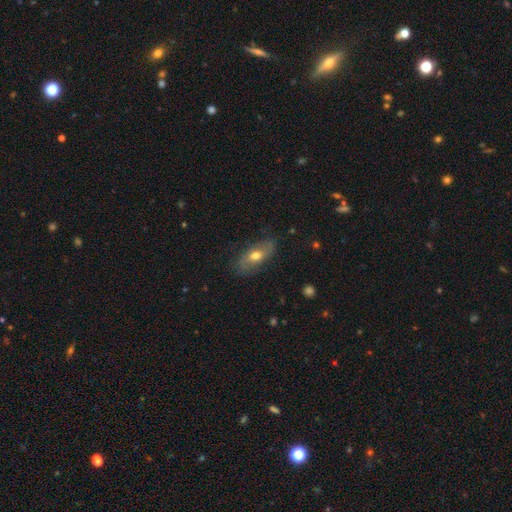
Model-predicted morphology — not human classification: This appears to be a smooth galaxy with no disk features (57%) that is in between round and cigar-shaped (80%). Merging: none (76%).